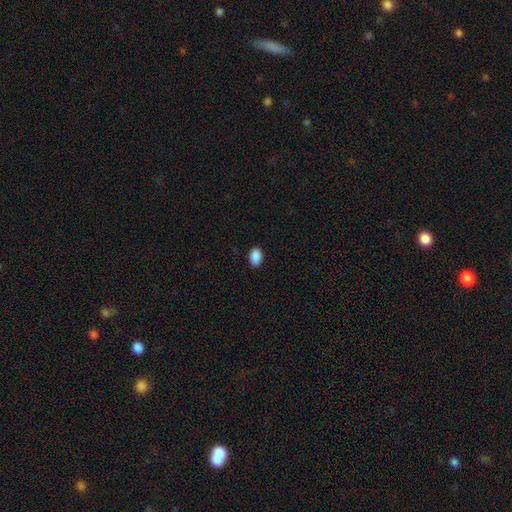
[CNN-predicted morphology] The model was most divided on "how rounded": in between: 86%, round: 13%, cigar-shaped: 1%. More confident: smooth or featured — smooth (90%); merging — none (88%).